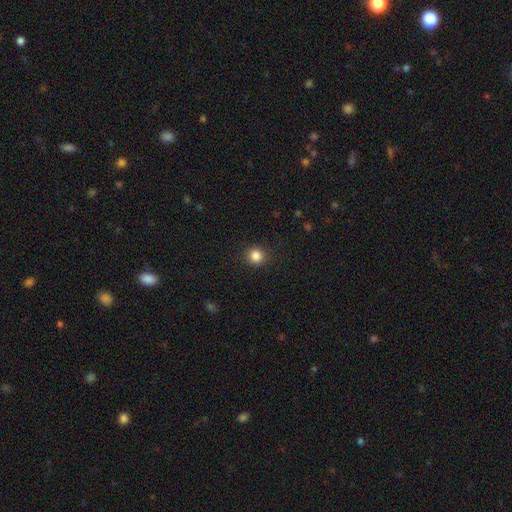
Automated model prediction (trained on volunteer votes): smooth-or-featured: smooth: 85% | star or artifact: 11% | featured or disk: 4%
  how-rounded: round: 93% | in between: 6% | cigar-shaped: 1%
  merging: none: 91% | minor disturbance: 6% | major disturbance: 2% | merger: 1%